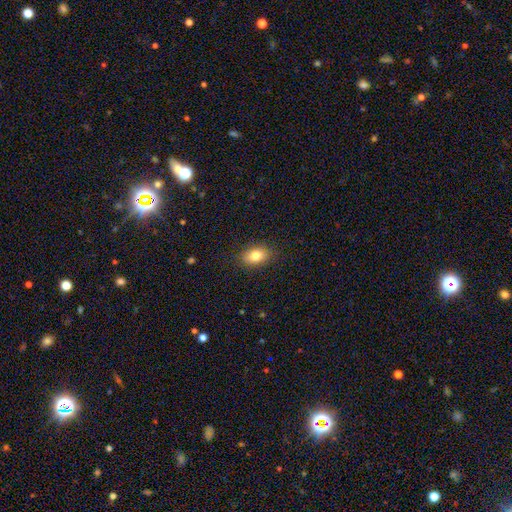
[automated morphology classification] This appears to be a smooth galaxy with no disk features (82%) that is in between round and cigar-shaped (83%). Merging: none (87%).